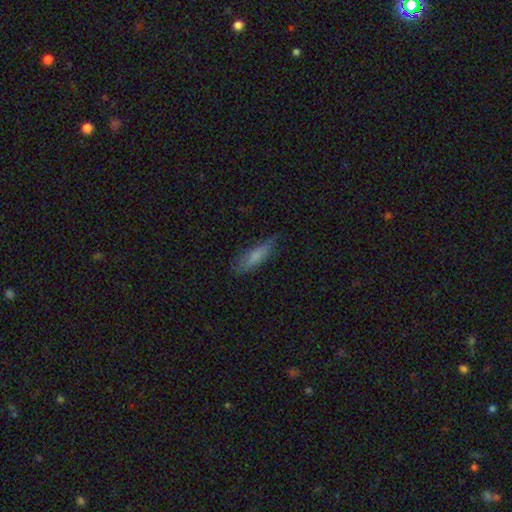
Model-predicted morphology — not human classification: Overall: smooth (75%). How rounded: cigar-shaped (61%; in between 37%). Merging: none (68%).